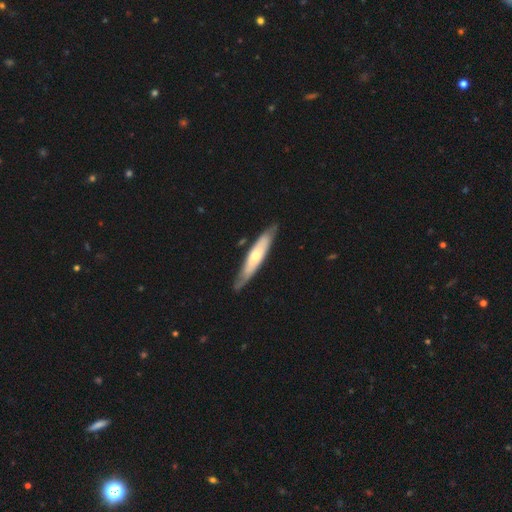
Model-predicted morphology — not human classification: smooth-or-featured: featured or disk: 52% | smooth: 44% | star or artifact: 4%
  disk-edge-on: yes: 67% | no: 33%
  merging: none: 80% | minor disturbance: 15% | major disturbance: 3% | merger: 2%